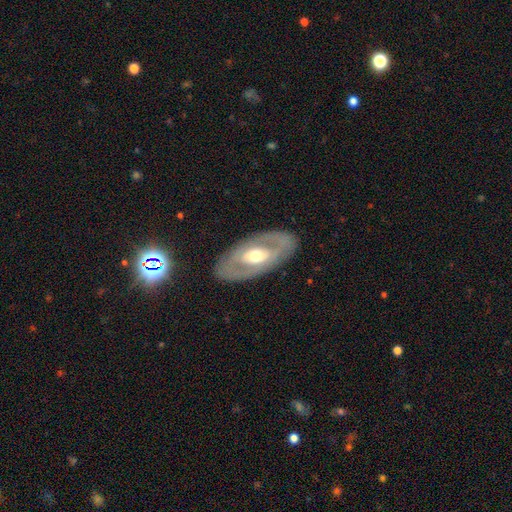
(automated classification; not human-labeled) Overall: featured or disk (68%). Edge-on disk: no (88%). Bar: no (56%; weak 26%). Spiral arms: no (69%; yes 31%). Bulge size: moderate (67%). Merging: none (85%).